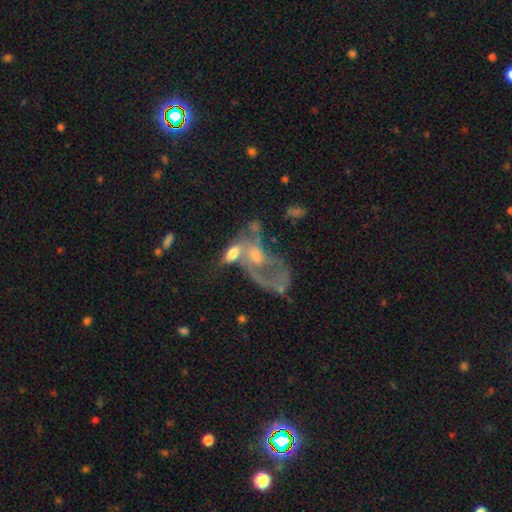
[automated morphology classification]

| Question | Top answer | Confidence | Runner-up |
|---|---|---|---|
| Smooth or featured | featured or disk | 63% | smooth (25%) |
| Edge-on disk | no | 94% | yes (6%) |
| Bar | no | 75% | weak (20%) |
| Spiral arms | no | 54% | yes (46%) |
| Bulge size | moderate | 46% | small (29%) |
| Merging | merger | 55% | major disturbance (25%) |